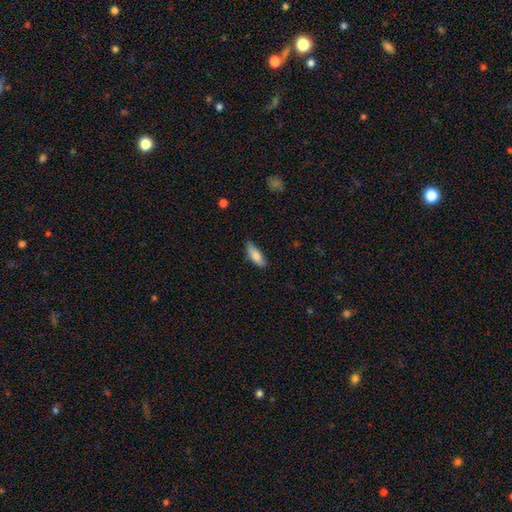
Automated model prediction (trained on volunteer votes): The model was most divided on "how rounded": in between: 68%, cigar-shaped: 30%, round: 2%. More confident: smooth or featured — smooth (81%); merging — none (76%).